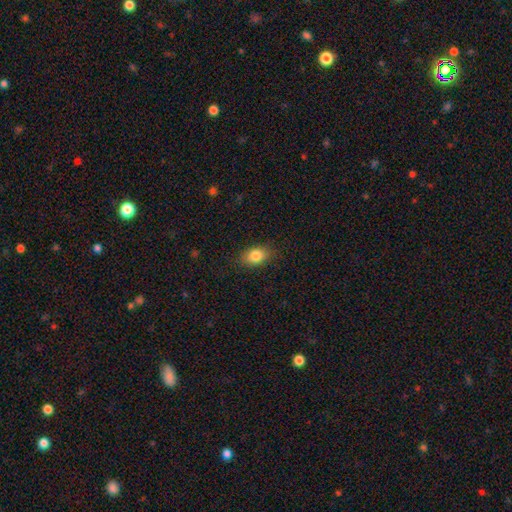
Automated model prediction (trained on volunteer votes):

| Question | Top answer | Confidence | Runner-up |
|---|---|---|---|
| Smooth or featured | smooth | 83% | star or artifact (9%) |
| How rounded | in between | 80% | round (18%) |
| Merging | none | 83% | minor disturbance (12%) |